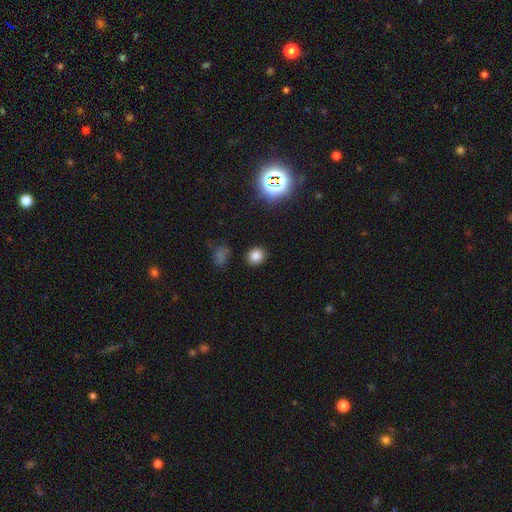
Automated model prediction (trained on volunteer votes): Morphology: type=smooth (81%); roundness=round (80%); merging=none (88%).